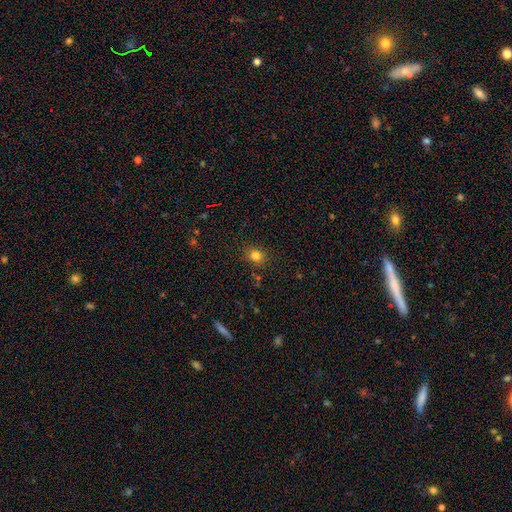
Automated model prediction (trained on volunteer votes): This is likely a smooth galaxy (80%). How rounded: likely round (74%). Merging: clearly none (85%).